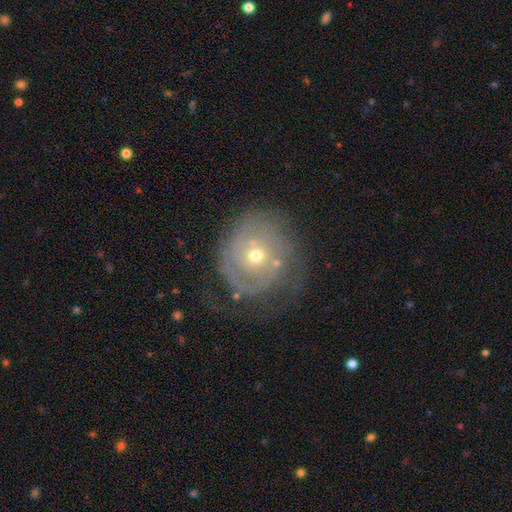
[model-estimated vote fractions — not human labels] Morphology: type=featured or disk (72%); edge-on=no (97%); bar=no (84%); spiral arms=yes (77%); winding=tight (65%); arm count=can't tell (37%); bulge=small (54%); merging=none (54%).